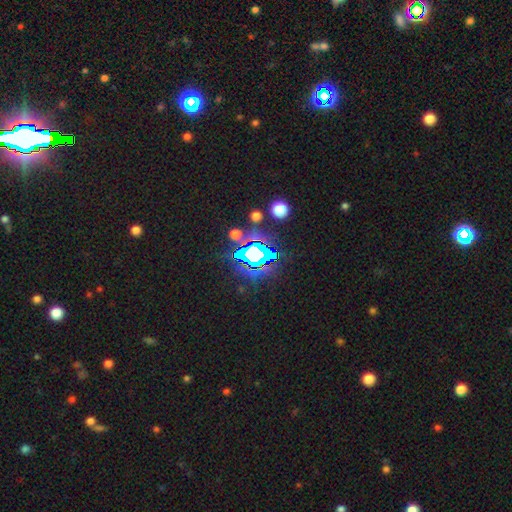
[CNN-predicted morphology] A star or artifact, not a galaxy (68%).